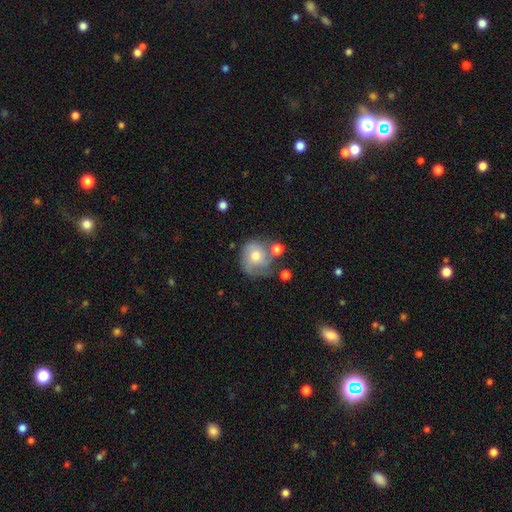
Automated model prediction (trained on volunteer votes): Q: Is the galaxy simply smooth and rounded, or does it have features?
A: smooth — 58%.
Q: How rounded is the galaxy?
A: round — 81%.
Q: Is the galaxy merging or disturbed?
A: none — 46%.